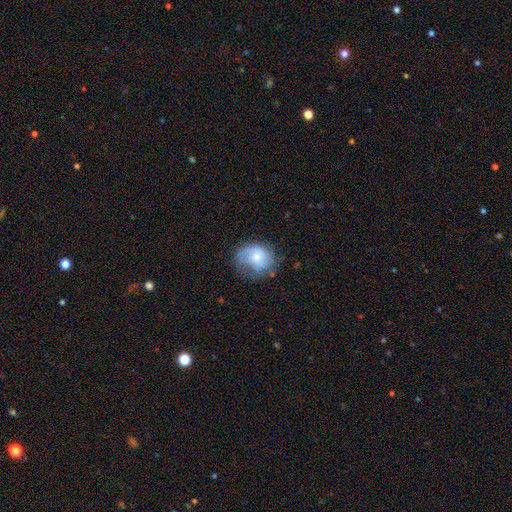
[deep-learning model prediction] Smooth or featured? Predicted: smooth (p=0.50). How rounded? Predicted: round (p=0.59). Merging? Predicted: none (p=0.54).